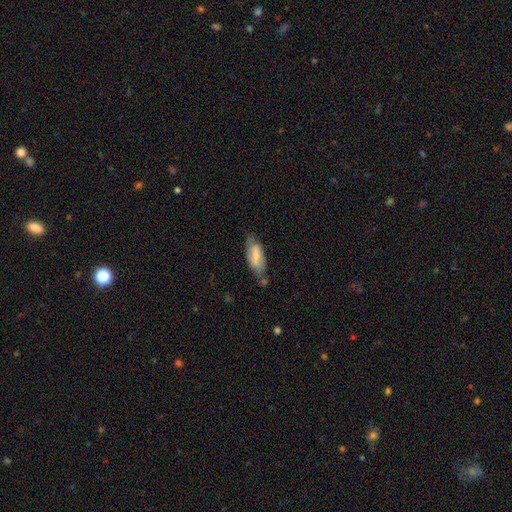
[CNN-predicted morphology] Smooth or featured: smooth — 60% (featured or disk — 34%)
How rounded: in between — 76% (cigar-shaped — 21%)
Merging: none — 58% (minor disturbance — 28%)